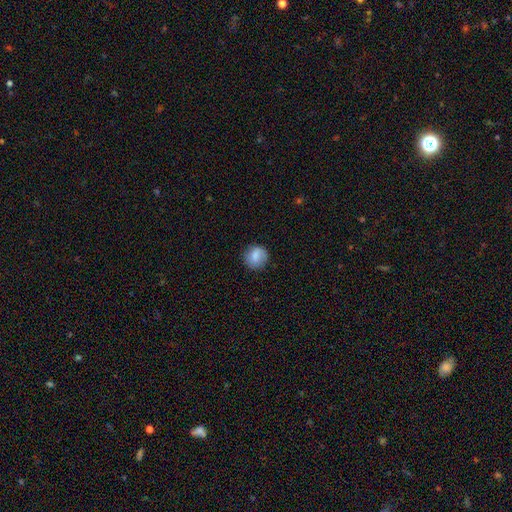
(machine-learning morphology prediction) smooth_or_featured: smooth (p=0.76) [alt: featured or disk p=0.16]
how_rounded: round (p=0.87) [alt: in between p=0.12]
merging: none (p=0.82) [alt: minor disturbance p=0.13]